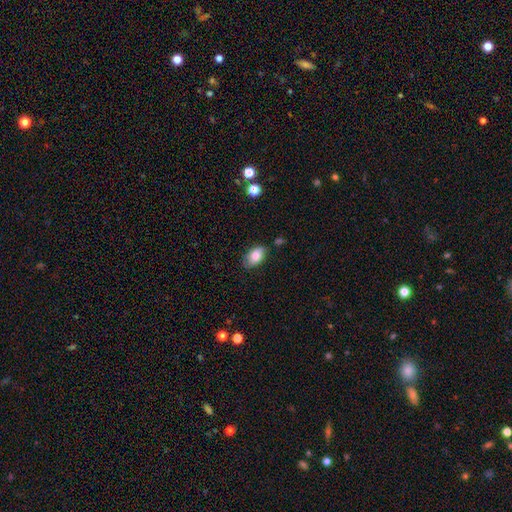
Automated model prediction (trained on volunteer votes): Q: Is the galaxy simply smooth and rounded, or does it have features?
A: smooth — 80%.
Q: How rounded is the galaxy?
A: in between — 91%.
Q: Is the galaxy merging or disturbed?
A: none — 73%.